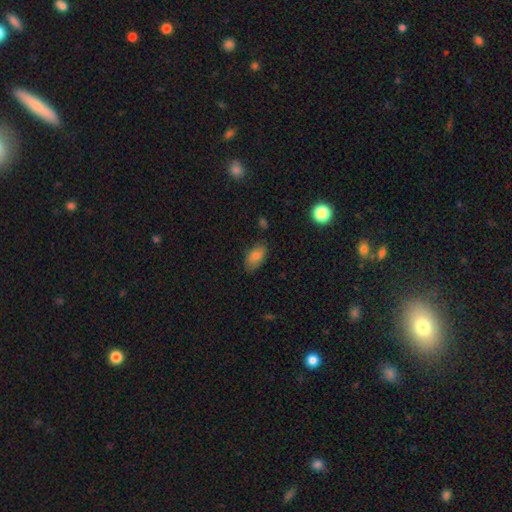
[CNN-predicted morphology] A smooth galaxy with no disk features (79%) that is in between round and cigar-shaped (91%). Merging: none (76%).